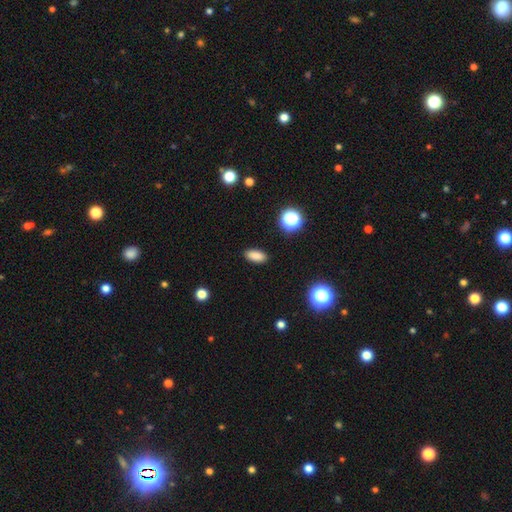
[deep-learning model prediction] Overall: smooth (85%). How rounded: in between (86%). Merging: none (90%).